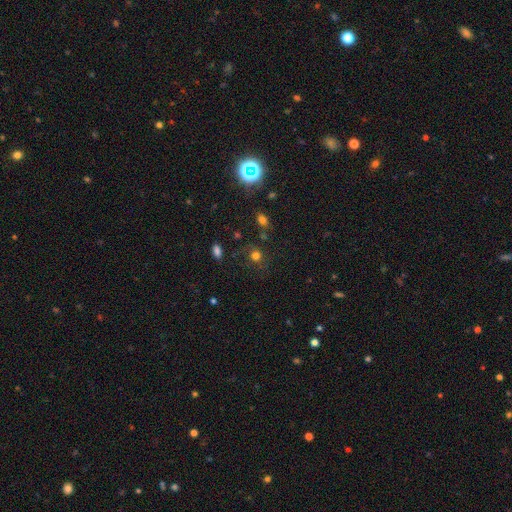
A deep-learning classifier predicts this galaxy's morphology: Q: Smooth or featured?
A: smooth (60%); runner-up: star or artifact (24%)
Q: How rounded?
A: round (79%); runner-up: in between (20%)
Q: Merging?
A: none (64%); runner-up: minor disturbance (17%)